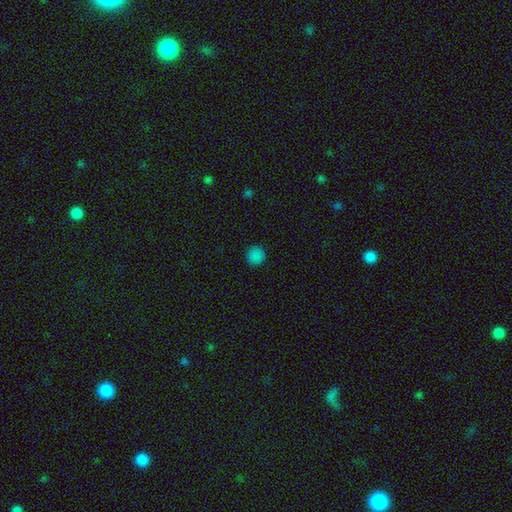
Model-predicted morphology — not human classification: The model was most divided on "smooth or featured": smooth: 84%, star or artifact: 13%, featured or disk: 3%. More confident: how rounded — round (94%); merging — none (92%).